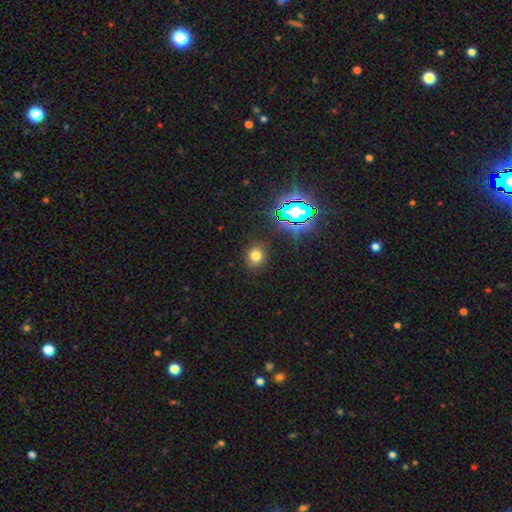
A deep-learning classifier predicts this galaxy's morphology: Smooth or featured? Predicted: smooth (p=0.72). How rounded? Predicted: round (p=0.72). Merging? Predicted: none (p=0.87).